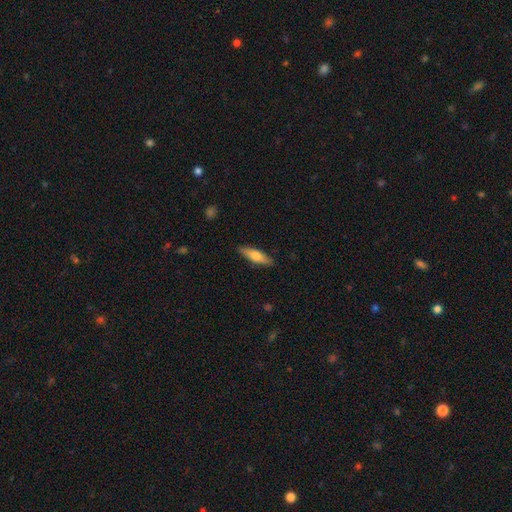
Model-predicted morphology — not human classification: A smooth galaxy with no disk features (64%) that is cigar-shaped (59%).

Vote fractions:
- Smooth or featured? smooth: 64% / featured or disk: 30% / star or artifact: 6%
- How rounded? cigar-shaped: 59% / in between: 39% / round: 2%
- Merging? none: 87% / minor disturbance: 10% / major disturbance: 2% / merger: 1%